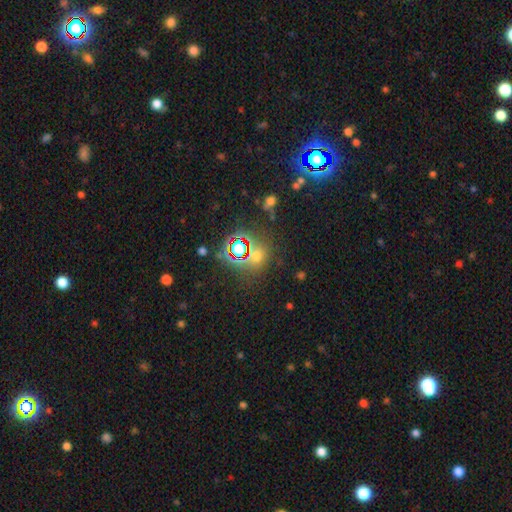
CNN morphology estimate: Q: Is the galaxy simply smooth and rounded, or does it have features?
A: star or artifact — 51%.